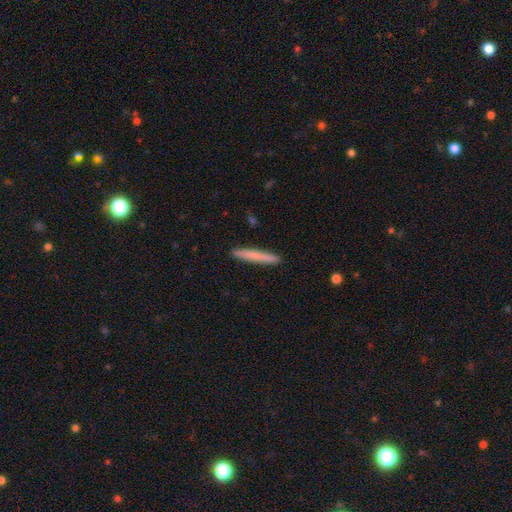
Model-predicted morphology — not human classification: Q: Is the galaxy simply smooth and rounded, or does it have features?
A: smooth — 74%.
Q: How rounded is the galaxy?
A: cigar-shaped — 96%.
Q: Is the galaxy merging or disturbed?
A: none — 92%.